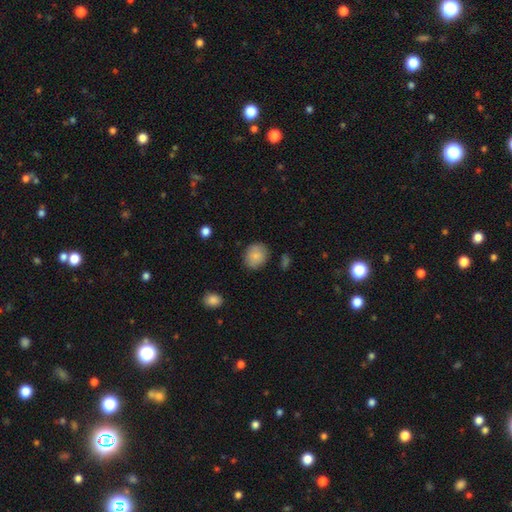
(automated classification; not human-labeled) The model was most divided on "how rounded": round: 64%, in between: 35%, cigar-shaped: 1%. More confident: smooth or featured — smooth (85%); merging — none (80%).